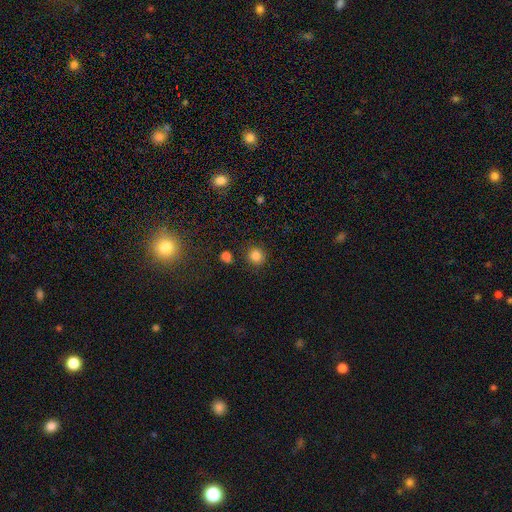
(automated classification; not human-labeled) Smooth or featured? smooth (83%)
How rounded? round (91%)
Merging? none (84%)